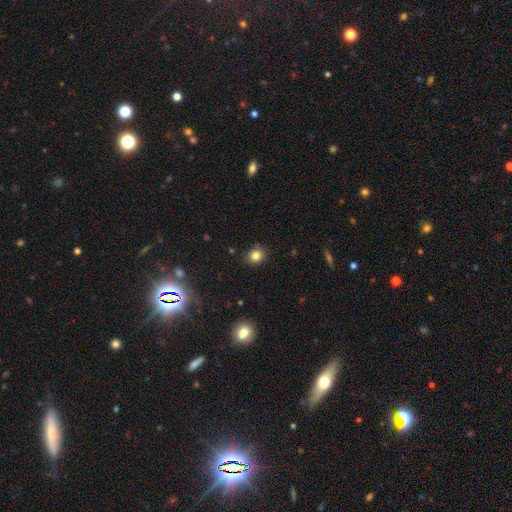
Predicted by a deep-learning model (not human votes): Smooth or featured: smooth — 82% (star or artifact — 13%)
How rounded: round — 79% (in between — 20%)
Merging: none — 83% (minor disturbance — 12%)